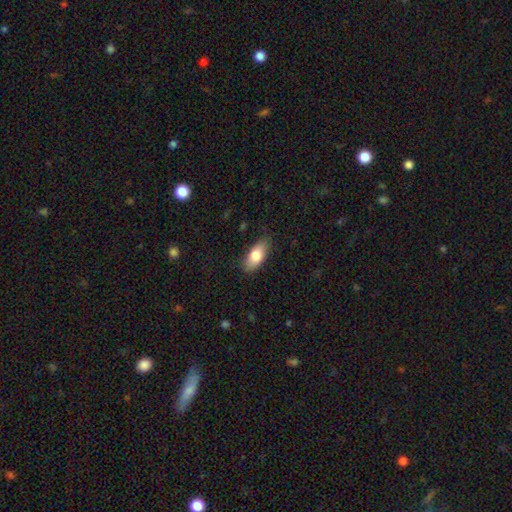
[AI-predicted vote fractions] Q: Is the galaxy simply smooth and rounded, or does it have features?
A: smooth — 79%.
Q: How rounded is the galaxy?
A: in between — 87%.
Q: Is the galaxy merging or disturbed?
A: none — 82%.